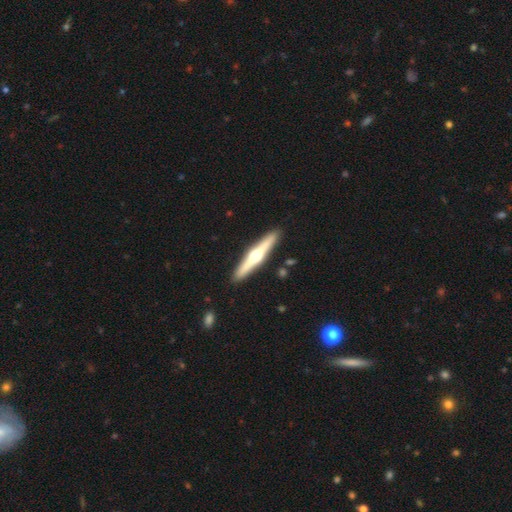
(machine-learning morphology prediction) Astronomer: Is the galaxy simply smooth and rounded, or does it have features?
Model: featured or disk — 68%.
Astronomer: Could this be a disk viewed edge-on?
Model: yes — 97%.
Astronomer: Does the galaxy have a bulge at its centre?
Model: rounded — 95%.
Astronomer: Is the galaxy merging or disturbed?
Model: none — 91%.